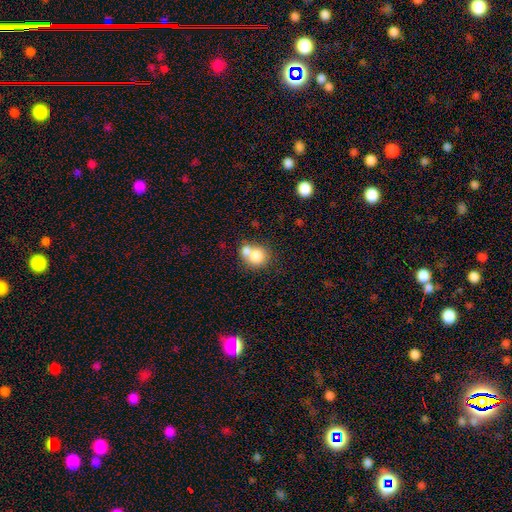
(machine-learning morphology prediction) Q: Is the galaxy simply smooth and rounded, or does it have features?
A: smooth — 76%.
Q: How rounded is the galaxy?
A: round — 78%.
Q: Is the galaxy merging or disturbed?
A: merger — 55%.